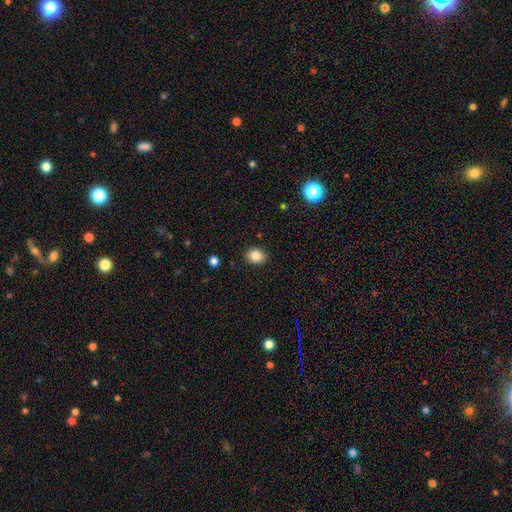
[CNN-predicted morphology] A smooth galaxy with no disk features (84%) that is round (50%). Merging: none (89%).